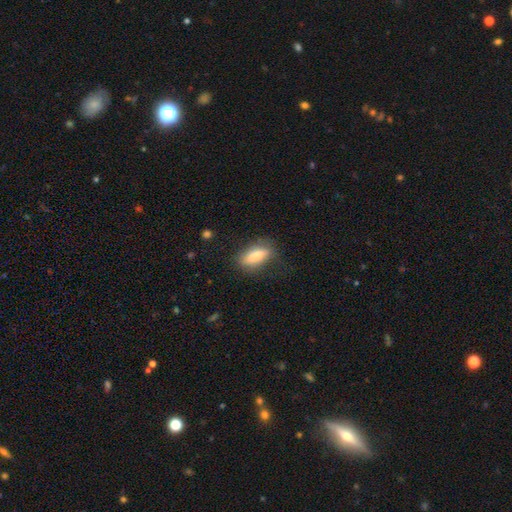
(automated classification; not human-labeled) Smooth or featured? Predicted: smooth (p=0.81). How rounded? Predicted: in between (p=0.71). Merging? Predicted: none (p=0.73).